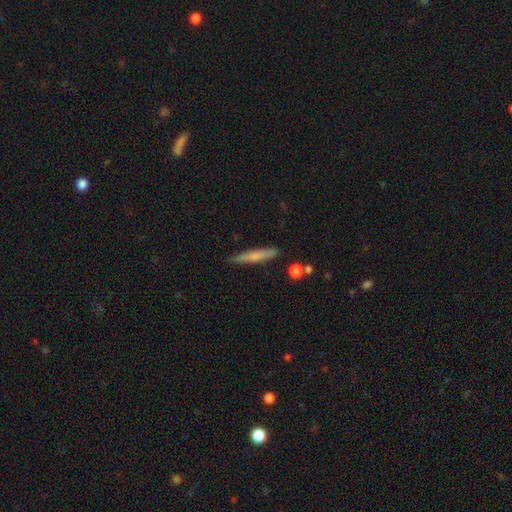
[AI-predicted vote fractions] Overall: smooth (63%; featured or disk 30%). How rounded: cigar-shaped (93%). Merging: none (85%).